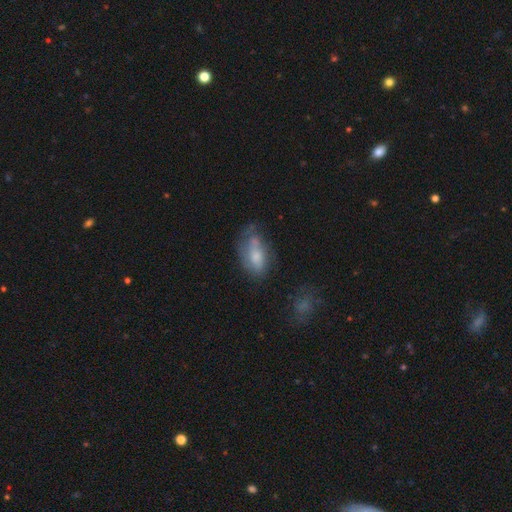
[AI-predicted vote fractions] This appears to be a smooth galaxy with no disk features (58%) that is in between round and cigar-shaped (87%). Merging: none (47%).